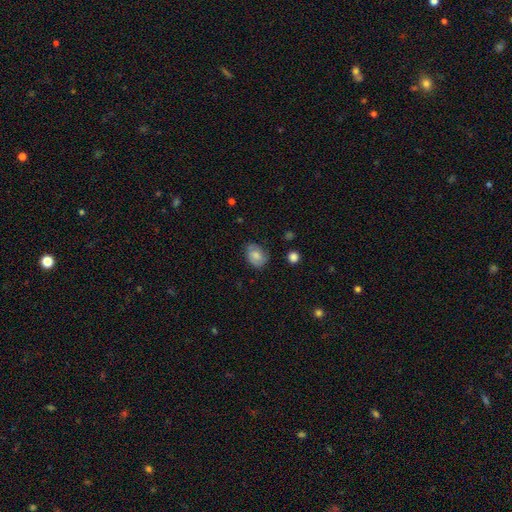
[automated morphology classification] Overall: smooth (69%). How rounded: in between (69%; round 30%). Merging: none (72%).